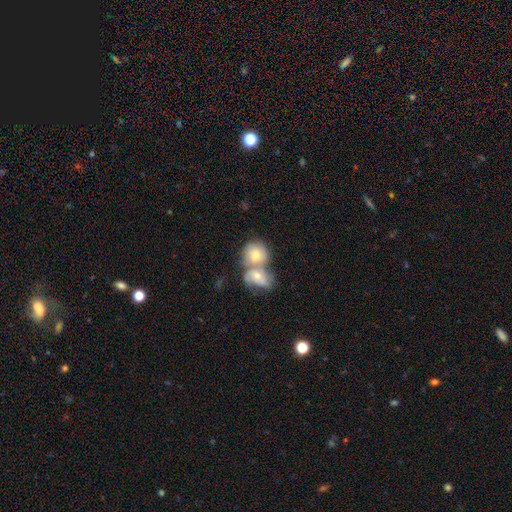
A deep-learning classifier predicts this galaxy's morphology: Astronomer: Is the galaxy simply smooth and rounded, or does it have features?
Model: smooth — 56%.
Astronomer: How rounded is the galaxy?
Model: round — 52% (runner-up: in between, 44%).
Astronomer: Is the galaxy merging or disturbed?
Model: merger — 60%.